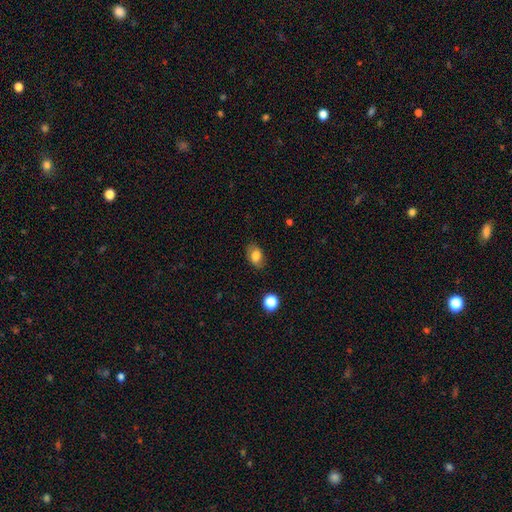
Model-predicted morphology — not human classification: Q: Smooth or featured?
A: smooth (77%); runner-up: featured or disk (13%)
Q: How rounded?
A: in between (82%); runner-up: round (17%)
Q: Merging?
A: none (77%); runner-up: minor disturbance (17%)